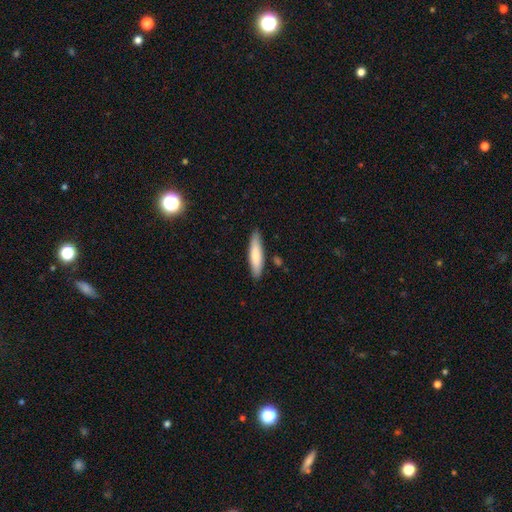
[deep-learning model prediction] smooth_or_featured: smooth (p=0.78) [alt: featured or disk p=0.17]
how_rounded: cigar-shaped (p=0.76) [alt: in between p=0.22]
merging: none (p=0.86) [alt: minor disturbance p=0.10]